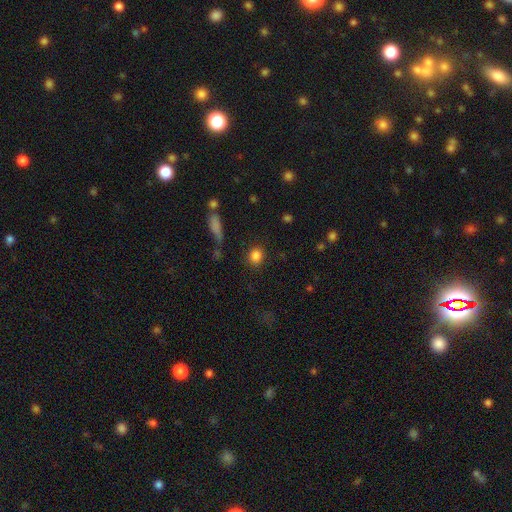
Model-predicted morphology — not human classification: type=smooth (84%); roundness=round (77%); merging=none (86%).